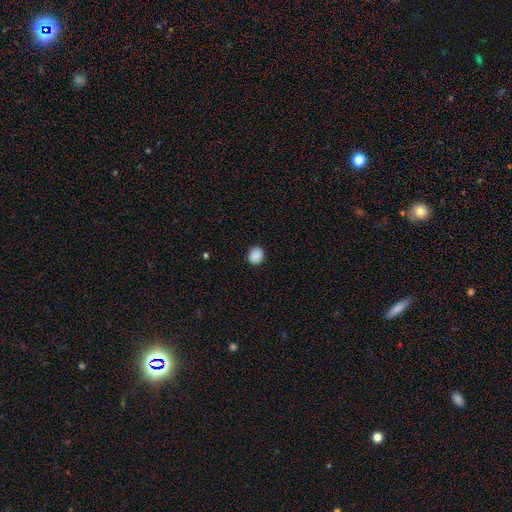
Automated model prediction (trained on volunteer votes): Q: Smooth or featured?
A: smooth (89%); runner-up: star or artifact (8%)
Q: How rounded?
A: round (69%); runner-up: in between (30%)
Q: Merging?
A: none (90%); runner-up: minor disturbance (7%)